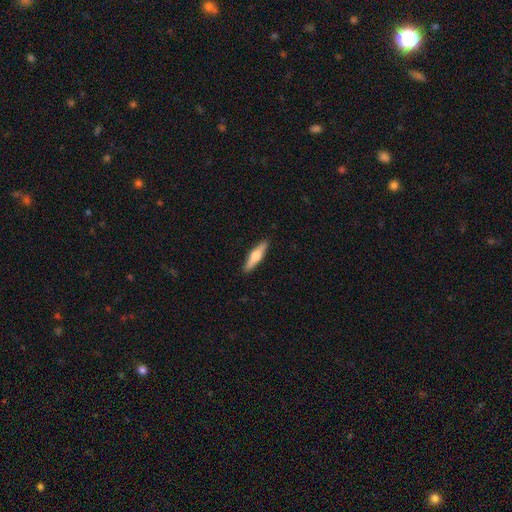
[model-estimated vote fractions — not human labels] Smooth or featured? Predicted: featured or disk (p=0.49). Merging? Predicted: none (p=0.91).